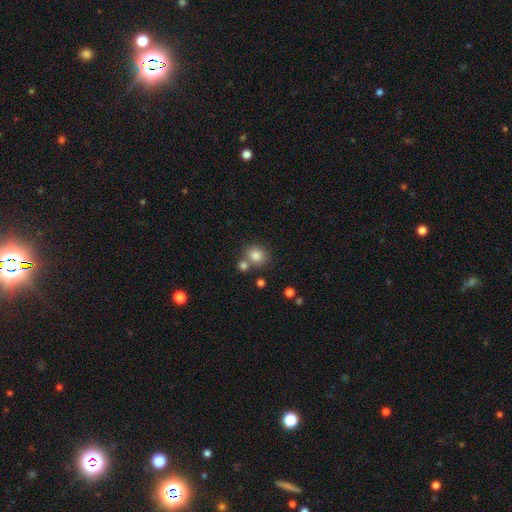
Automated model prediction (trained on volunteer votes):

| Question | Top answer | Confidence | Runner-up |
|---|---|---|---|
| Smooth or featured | smooth | 82% | star or artifact (11%) |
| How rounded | round | 78% | in between (21%) |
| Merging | none | 65% | merger (23%) |